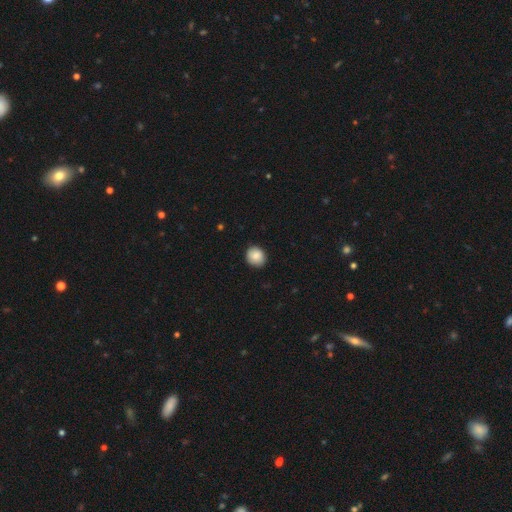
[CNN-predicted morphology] Smooth or featured? Predicted: smooth (p=0.86). How rounded? Predicted: round (p=0.79). Merging? Predicted: none (p=0.88).